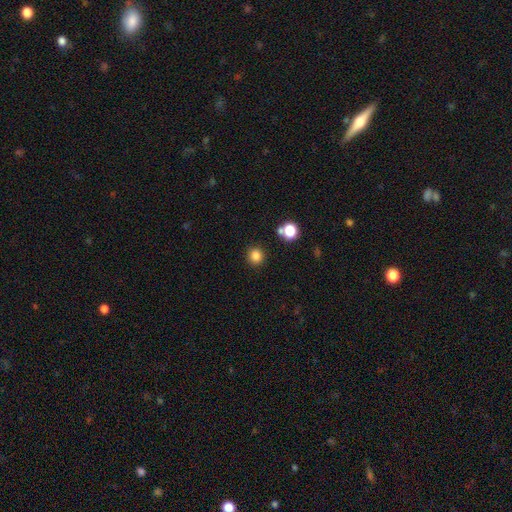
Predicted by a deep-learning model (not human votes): Smooth or featured? smooth (83%)
How rounded? round (89%)
Merging? none (87%)